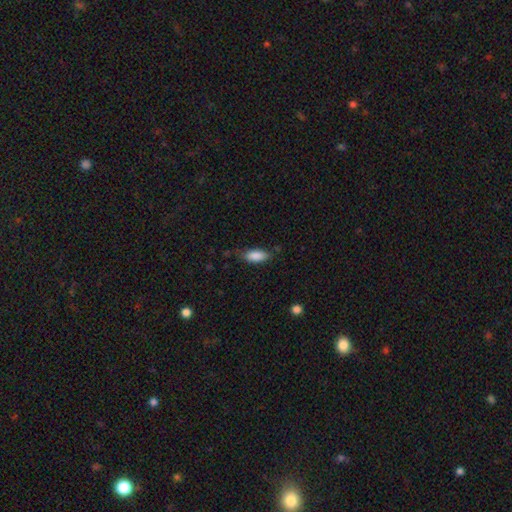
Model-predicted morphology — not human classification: Smooth or featured: smooth — 87% (star or artifact — 7%)
How rounded: in between — 82% (cigar-shaped — 16%)
Merging: none — 71% (minor disturbance — 22%)